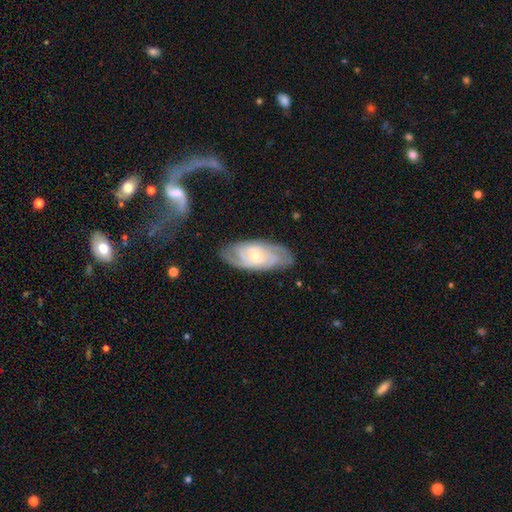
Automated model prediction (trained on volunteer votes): This appears to be a featured or disk galaxy (83%) with no bar (62%), 2 (30%) tight (62%) spiral arms (95%) and a small central bulge (52%). Merging: none (79%).